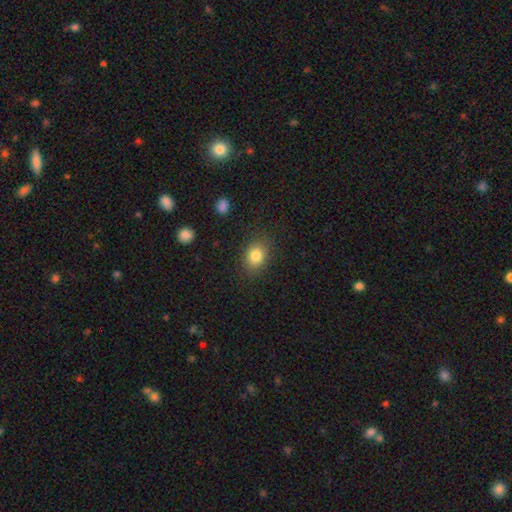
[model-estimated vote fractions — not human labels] A smooth galaxy with no disk features (83%) that is in between round and cigar-shaped (63%). Merging: none (83%).